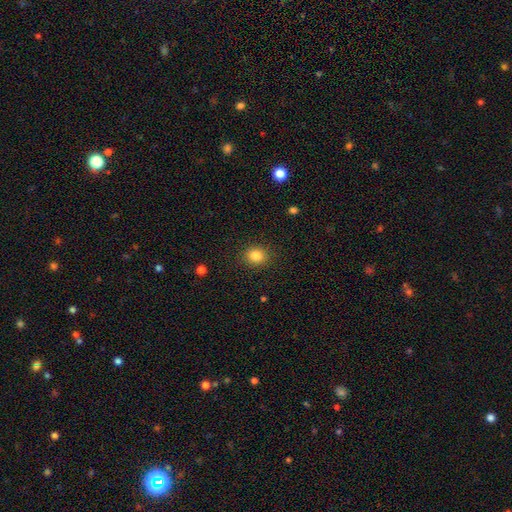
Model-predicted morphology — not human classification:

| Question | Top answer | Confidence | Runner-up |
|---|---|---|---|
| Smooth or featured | smooth | 84% | star or artifact (11%) |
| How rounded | round | 73% | in between (26%) |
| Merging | none | 90% | minor disturbance (7%) |